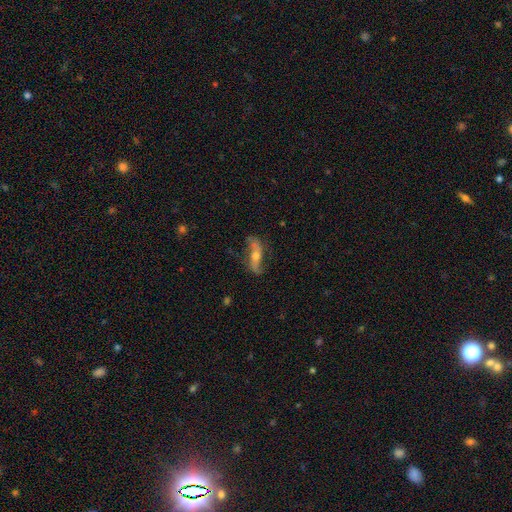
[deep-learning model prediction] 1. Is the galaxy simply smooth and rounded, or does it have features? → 75% featured or disk, 17% smooth, 7% star or artifact.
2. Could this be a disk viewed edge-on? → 76% no, 24% yes.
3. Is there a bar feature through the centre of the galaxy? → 45% no, 28% strong, 27% weak.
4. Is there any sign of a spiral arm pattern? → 89% yes, 11% no.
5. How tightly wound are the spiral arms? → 70% loose, 20% medium, 9% tight.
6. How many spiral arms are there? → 90% 2, 5% can't tell, 2% 1, 1% 3, 1% 4, 1% more than 4.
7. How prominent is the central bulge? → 58% moderate, 34% small, 4% large, 2% none, 1% dominant.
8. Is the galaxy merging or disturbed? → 73% none, 17% minor disturbance, 7% major disturbance, 2% merger.